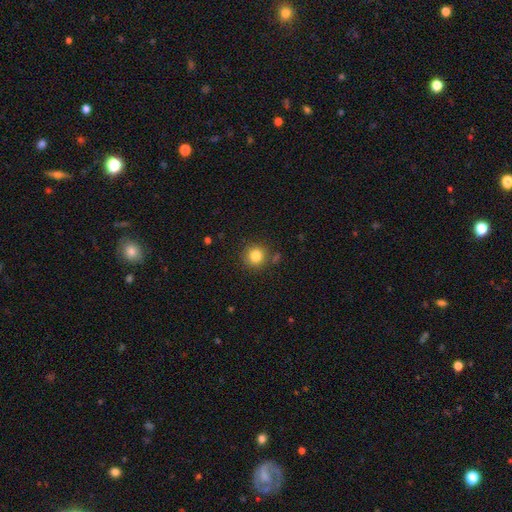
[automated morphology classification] The model was most divided on "smooth or featured": smooth: 82%, star or artifact: 11%, featured or disk: 6%. More confident: how rounded — round (93%); merging — none (84%).